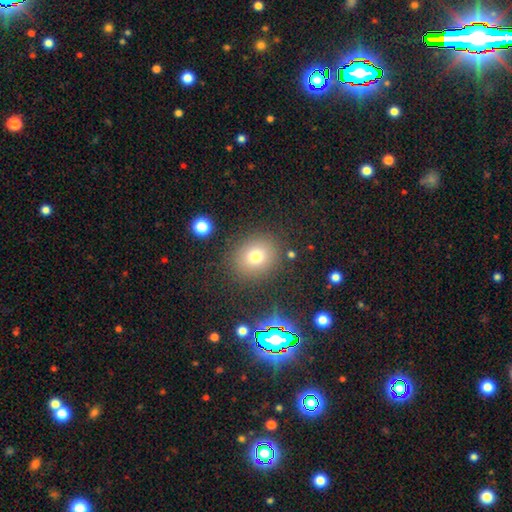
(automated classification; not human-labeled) This appears to be a smooth galaxy with no disk features (71%) that is round (75%). Merging: none (86%).